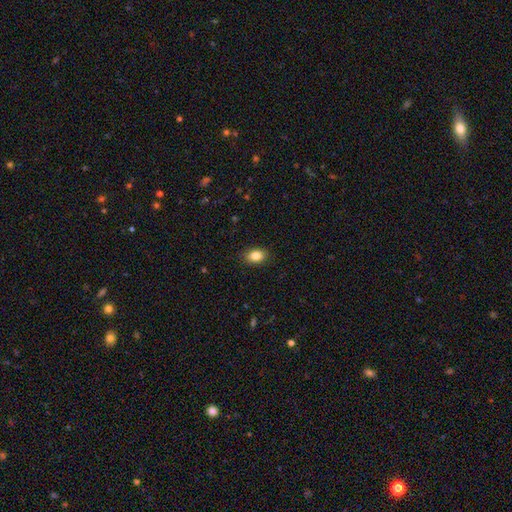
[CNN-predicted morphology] A smooth galaxy with no disk features (85%) that is in between round and cigar-shaped (81%). Merging: none (88%).